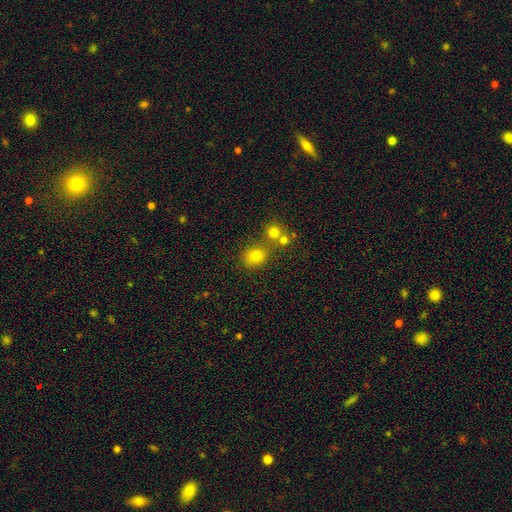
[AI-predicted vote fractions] This appears to be a smooth galaxy with no disk features (77%) that is round (73%). Merging: none (62%).